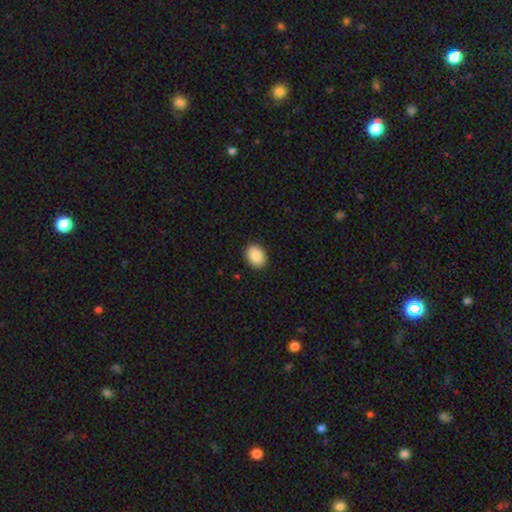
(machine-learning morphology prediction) smooth 90%, star or artifact 7%, featured or disk 3%. Down the decision tree: how rounded — in between (78%); merging — none (91%).